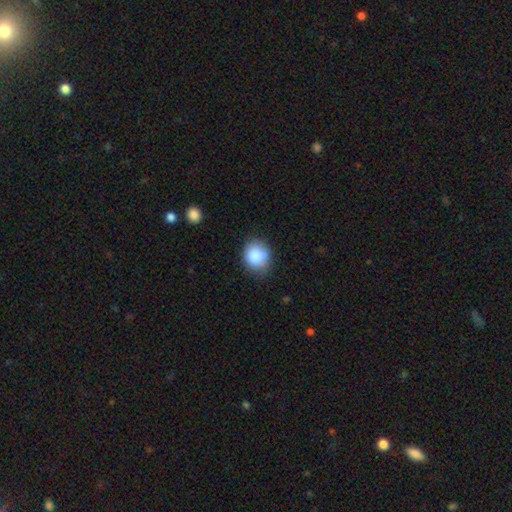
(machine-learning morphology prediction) The model was most divided on "how rounded": round: 71%, in between: 28%, cigar-shaped: 1%. More confident: smooth or featured — smooth (87%); merging — none (74%).